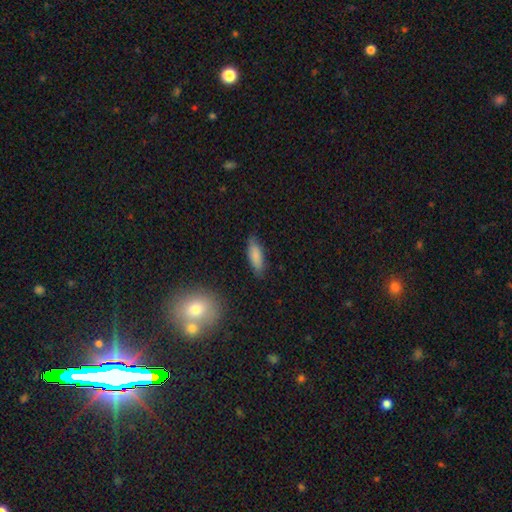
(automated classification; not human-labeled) Smooth or featured? smooth (83%)
How rounded? in between (62%)
Merging? none (81%)